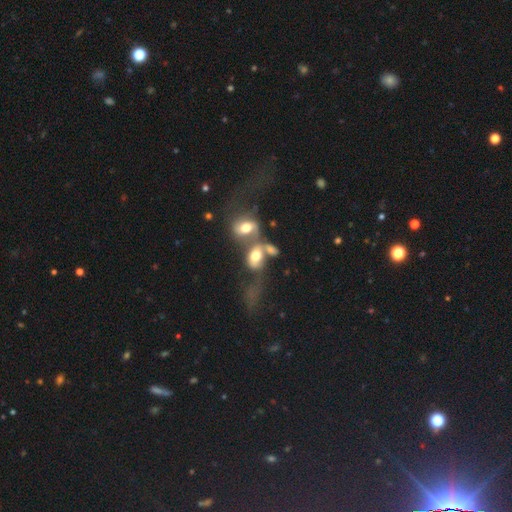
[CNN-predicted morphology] A smooth galaxy with no disk features (54%) that is in between round and cigar-shaped (81%). Merging: merger (66%).